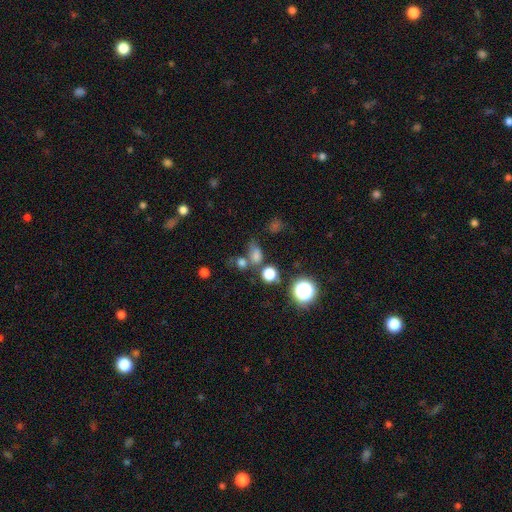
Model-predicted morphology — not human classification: Smooth or featured? smooth (67%)
How rounded? round (50%)
Merging? none (49%)